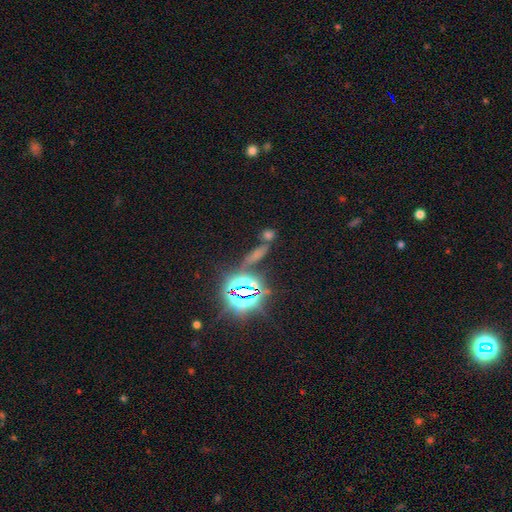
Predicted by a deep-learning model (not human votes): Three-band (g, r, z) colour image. It shows a star or artifact, not a galaxy (59%).